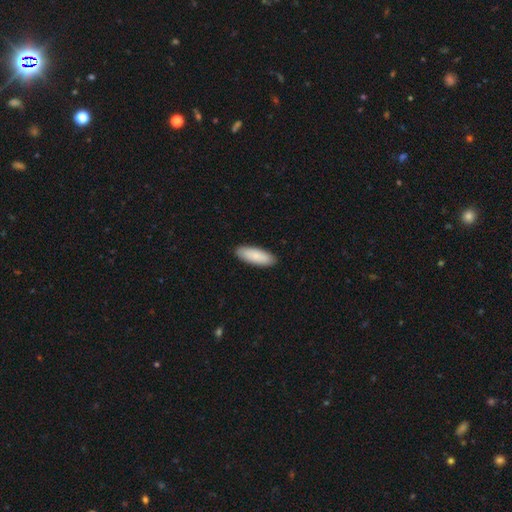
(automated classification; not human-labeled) This is clearly a smooth galaxy (87%). How rounded: likely in between (70%). Merging: clearly none (90%).